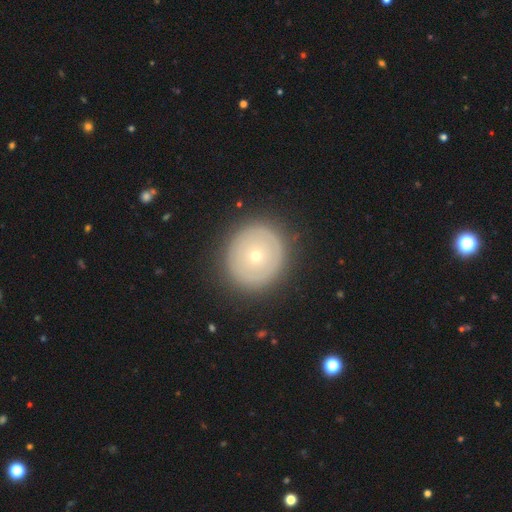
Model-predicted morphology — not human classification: Smooth or featured: smooth — 52% (featured or disk — 40%)
How rounded: round — 91% (in between — 8%)
Merging: none — 88% (minor disturbance — 7%)